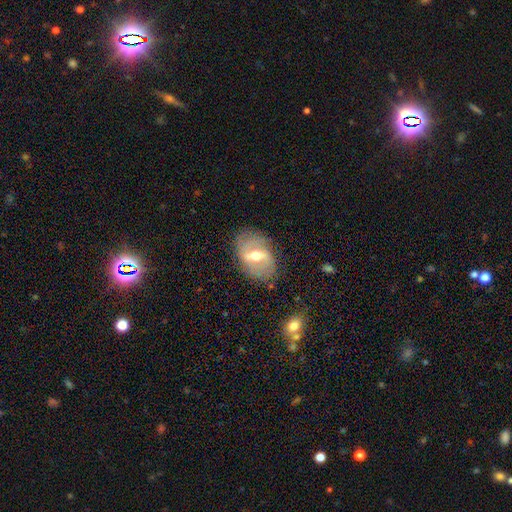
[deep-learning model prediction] Overall: featured or disk (74%). Edge-on disk: no (93%). Bar: strong (49%; weak 40%). Spiral arms: yes (70%; no 30%). Bulge size: moderate (72%). Merging: none (75%).